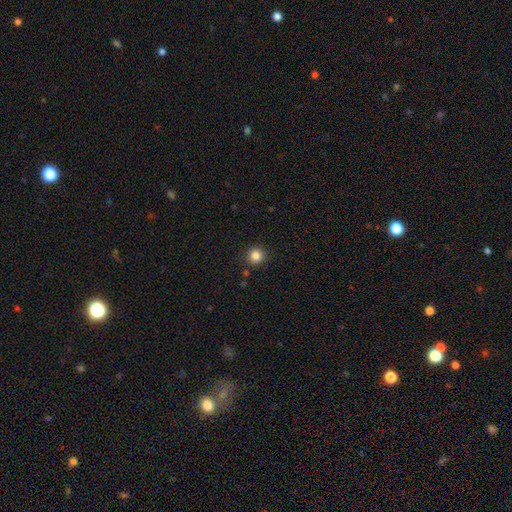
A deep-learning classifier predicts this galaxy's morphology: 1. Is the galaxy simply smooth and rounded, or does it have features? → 84% smooth, 12% star or artifact, 4% featured or disk.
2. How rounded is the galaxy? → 92% round, 7% in between, 1% cigar-shaped.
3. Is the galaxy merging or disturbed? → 87% none, 8% minor disturbance, 2% major disturbance, 2% merger.